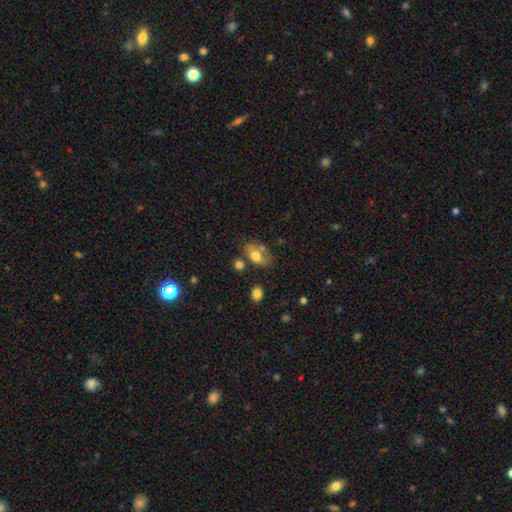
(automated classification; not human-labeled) Q: Smooth or featured?
A: smooth (69%); runner-up: featured or disk (23%)
Q: How rounded?
A: in between (85%); runner-up: round (13%)
Q: Merging?
A: none (49%); runner-up: minor disturbance (24%)